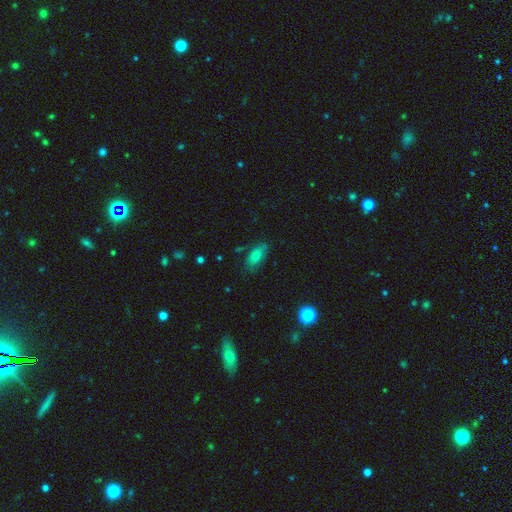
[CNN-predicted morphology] Overall: smooth (74%). How rounded: in between (83%). Merging: none (73%).